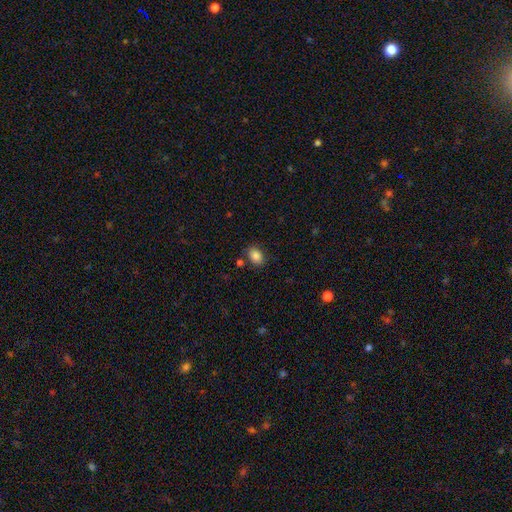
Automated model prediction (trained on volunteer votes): A smooth galaxy with no disk features (86%) that is in between round and cigar-shaped (74%). Merging: none (80%).